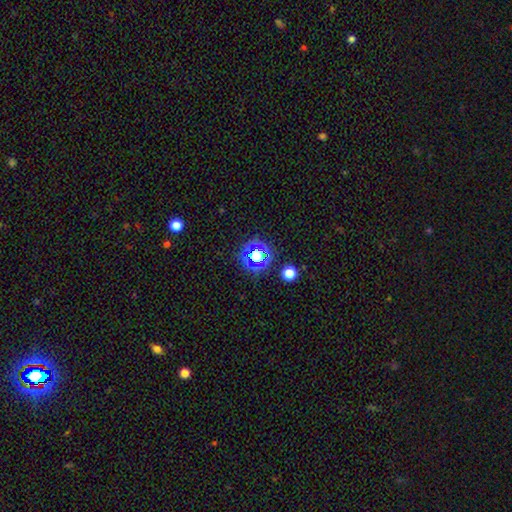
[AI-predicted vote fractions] Overall: star or artifact (60%; smooth 30%).